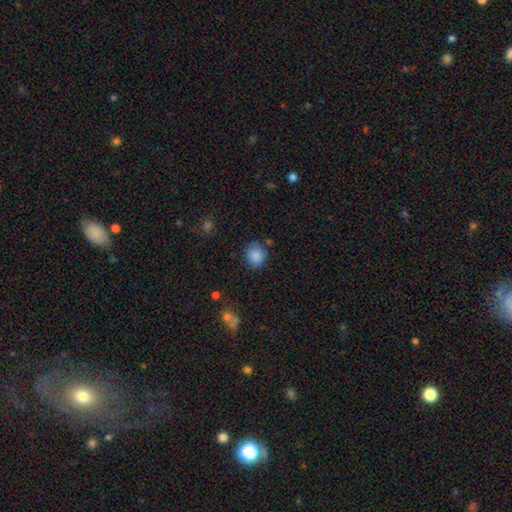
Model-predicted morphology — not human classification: type=smooth (86%); roundness=round (80%); merging=none (74%).